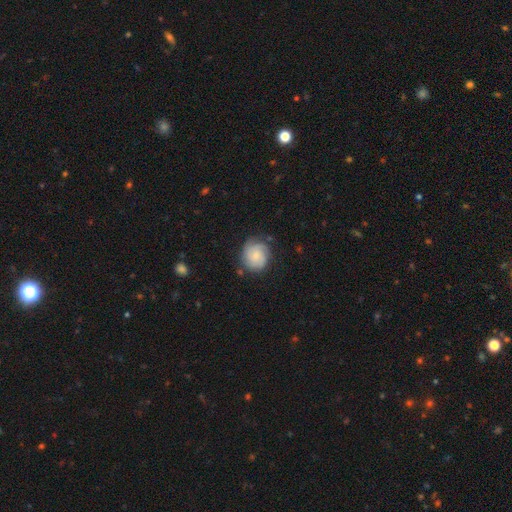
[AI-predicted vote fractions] Morphology: type=featured or disk (48%); merging=none (69%).